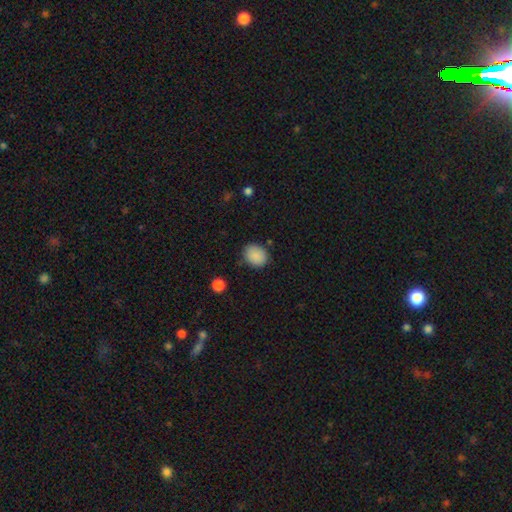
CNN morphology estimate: A smooth galaxy with no disk features (88%) that is round (52%).

Vote fractions:
- Smooth or featured? smooth: 88% / star or artifact: 8% / featured or disk: 4%
- How rounded? round: 52% / in between: 47% / cigar-shaped: 1%
- Merging? none: 82% / minor disturbance: 13% / major disturbance: 3% / merger: 2%